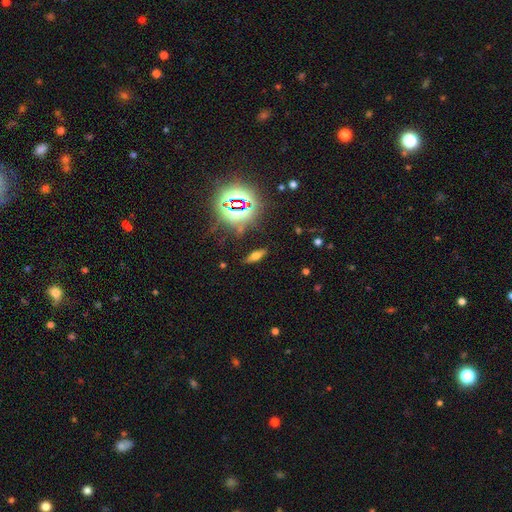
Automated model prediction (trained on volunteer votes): smooth 49%, star or artifact 26%, featured or disk 25%. Down the decision tree: merging — none (85%).